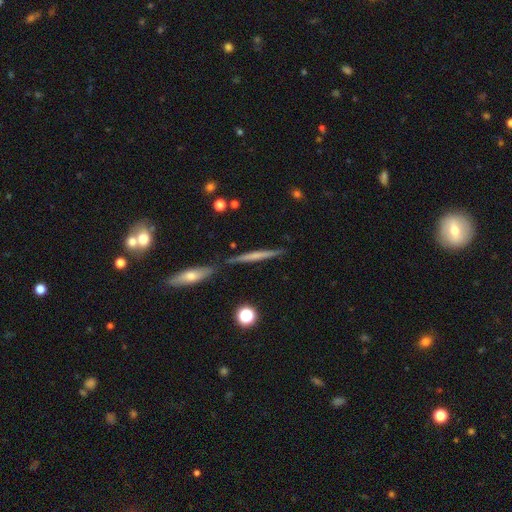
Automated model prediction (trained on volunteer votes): Q: Smooth or featured?
A: featured or disk (48%); runner-up: smooth (44%)
Q: Merging?
A: none (79%); runner-up: minor disturbance (11%)